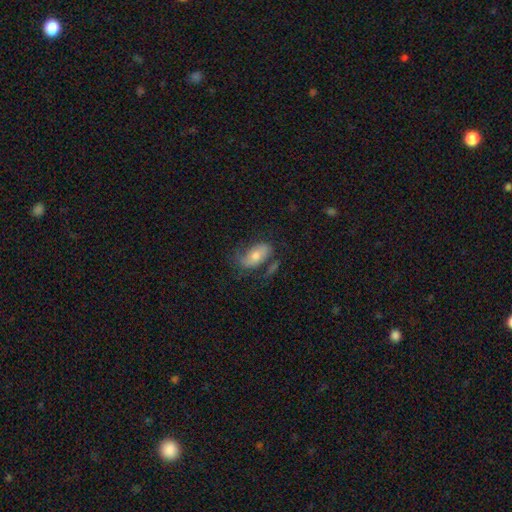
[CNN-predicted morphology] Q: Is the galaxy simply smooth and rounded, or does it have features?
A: smooth — 49%.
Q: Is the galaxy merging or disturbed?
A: none — 54%.